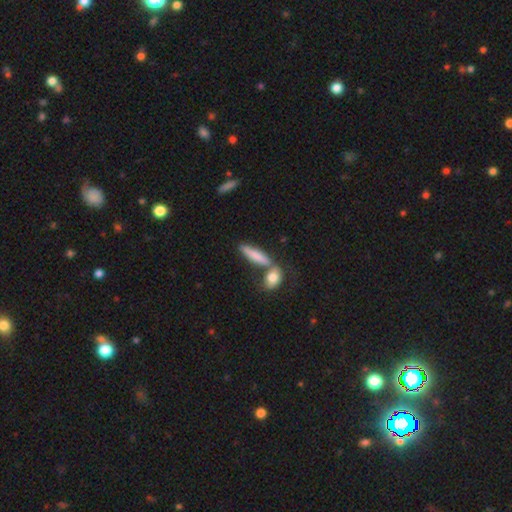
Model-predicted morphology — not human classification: This appears to be a smooth galaxy with no disk features (72%) that is cigar-shaped (71%). Merging: none (55%).